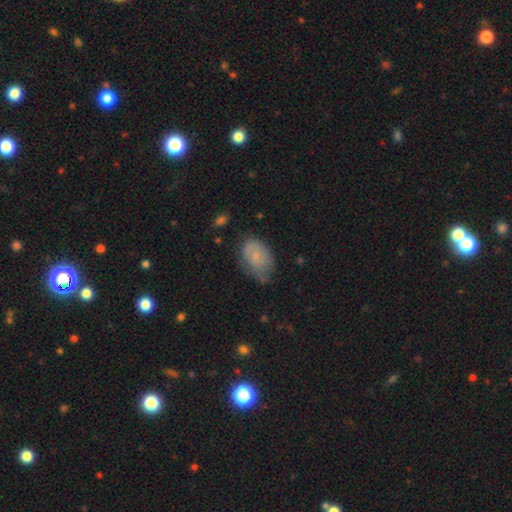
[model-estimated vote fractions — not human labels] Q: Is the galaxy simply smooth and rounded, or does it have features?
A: smooth — 68%.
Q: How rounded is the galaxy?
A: in between — 88%.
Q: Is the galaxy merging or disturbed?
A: none — 49%.